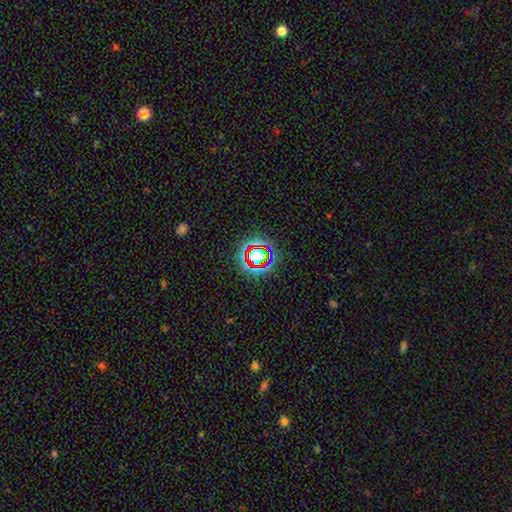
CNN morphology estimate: smooth-or-featured: star or artifact: 62% | smooth: 25% | featured or disk: 12%